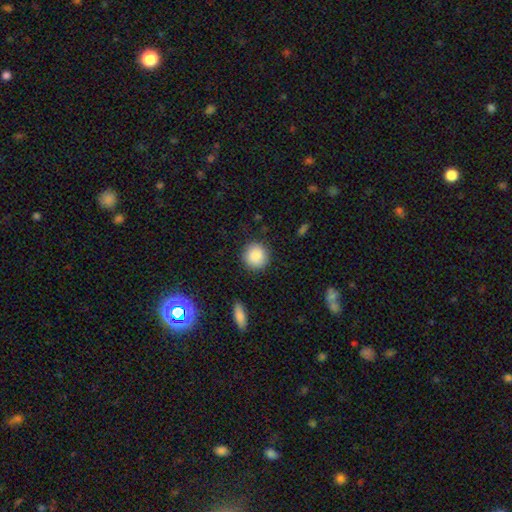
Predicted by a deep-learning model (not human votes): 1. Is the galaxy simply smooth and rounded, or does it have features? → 88% smooth, 8% star or artifact, 4% featured or disk.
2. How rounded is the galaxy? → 92% round, 7% in between, 1% cigar-shaped.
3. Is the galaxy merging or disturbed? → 89% none, 7% minor disturbance, 2% major disturbance, 1% merger.